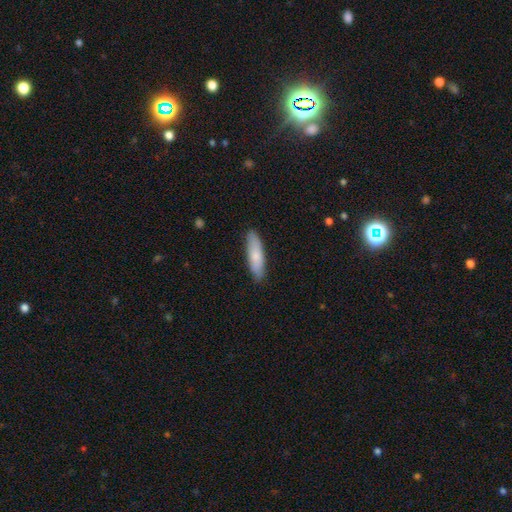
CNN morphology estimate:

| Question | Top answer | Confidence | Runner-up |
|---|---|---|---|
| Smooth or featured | smooth | 79% | featured or disk (16%) |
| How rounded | cigar-shaped | 60% | in between (38%) |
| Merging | none | 87% | minor disturbance (10%) |